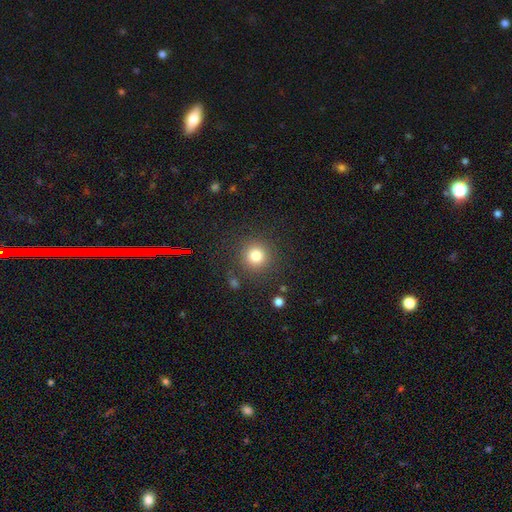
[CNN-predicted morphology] Smooth or featured? Predicted: smooth (p=0.79). How rounded? Predicted: round (p=0.94). Merging? Predicted: none (p=0.88).